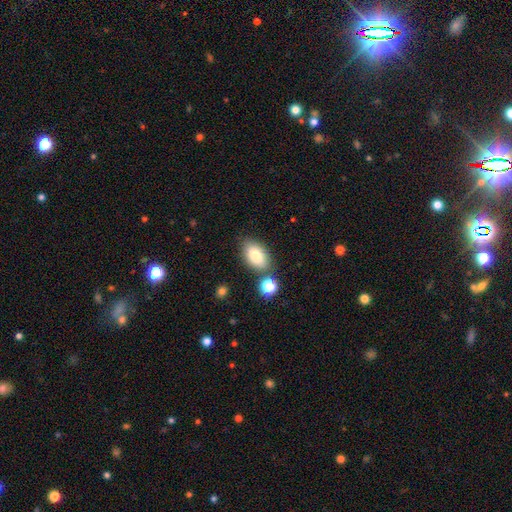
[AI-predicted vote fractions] smooth_or_featured: smooth (p=0.82) [alt: featured or disk p=0.10]
how_rounded: in between (p=0.91) [alt: round p=0.07]
merging: none (p=0.74) [alt: minor disturbance p=0.13]